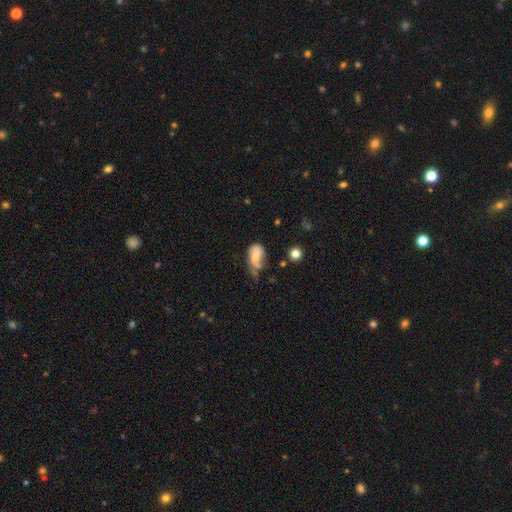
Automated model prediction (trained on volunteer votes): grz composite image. It shows a smooth galaxy with no disk features (48%). Merging: minor disturbance (35%).